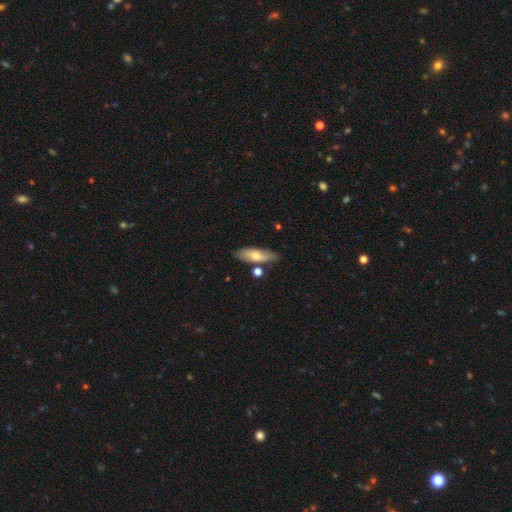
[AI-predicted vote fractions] Morphology: type=smooth (66%); roundness=in between (55%); merging=none (78%).